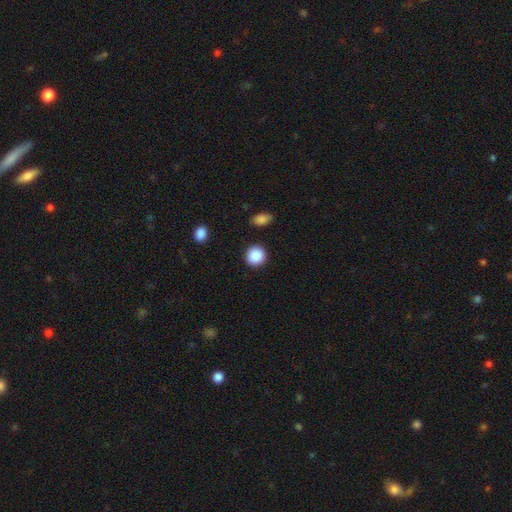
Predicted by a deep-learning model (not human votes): The model was most divided on "how rounded": round: 90%, in between: 9%, cigar-shaped: 1%. More confident: merging — none (89%); smooth or featured — smooth (89%).